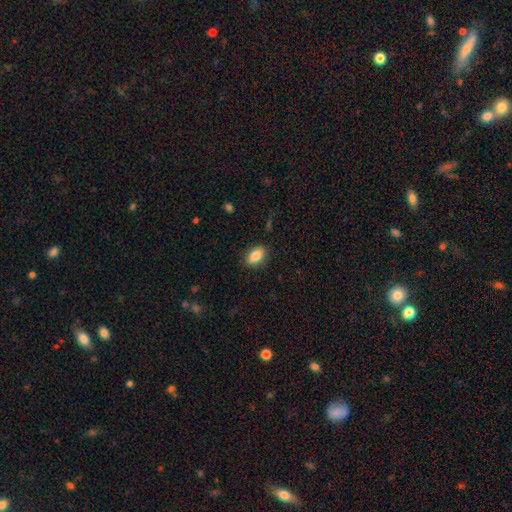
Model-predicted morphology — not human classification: Smooth or featured?
  - smooth: 85% *
  - star or artifact: 7%
  - featured or disk: 7%
How rounded?
  - in between: 88% *
  - round: 9%
  - cigar-shaped: 3%
Merging?
  - none: 87% *
  - minor disturbance: 10%
  - major disturbance: 2%
  - merger: 1%